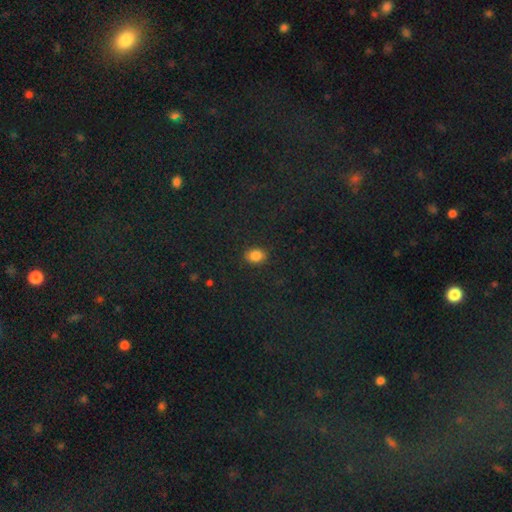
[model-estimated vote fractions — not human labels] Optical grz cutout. It shows a smooth galaxy with no disk features (84%) that is in between round and cigar-shaped (69%). Merging: none (87%).